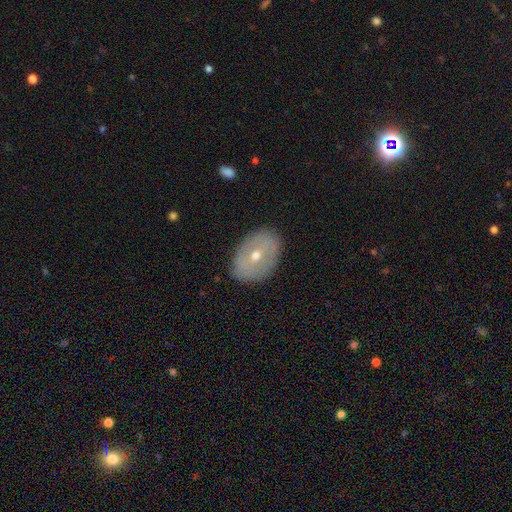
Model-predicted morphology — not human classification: Smooth or featured: smooth — 47% (featured or disk — 45%)
Merging: none — 84% (minor disturbance — 12%)